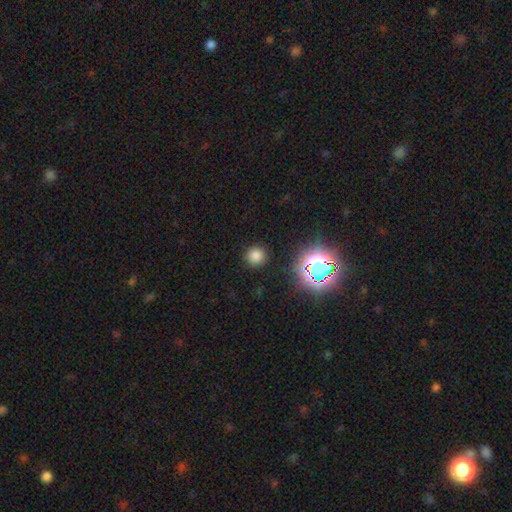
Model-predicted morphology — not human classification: Smooth or featured: smooth — 75% (star or artifact — 20%)
How rounded: round — 92% (in between — 7%)
Merging: none — 89% (minor disturbance — 7%)